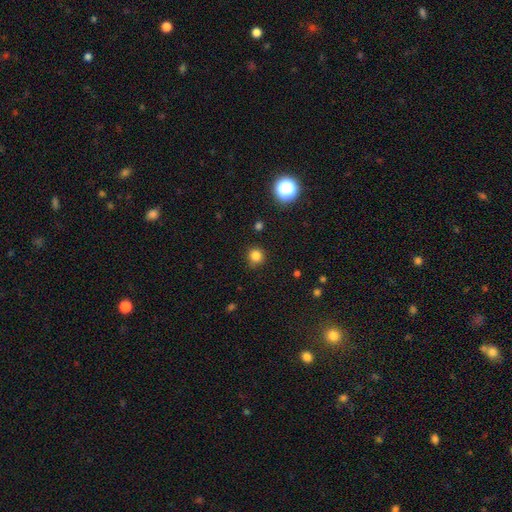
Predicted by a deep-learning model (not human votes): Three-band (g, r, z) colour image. It shows a smooth galaxy with no disk features (81%) that is round (93%). Merging: none (86%).